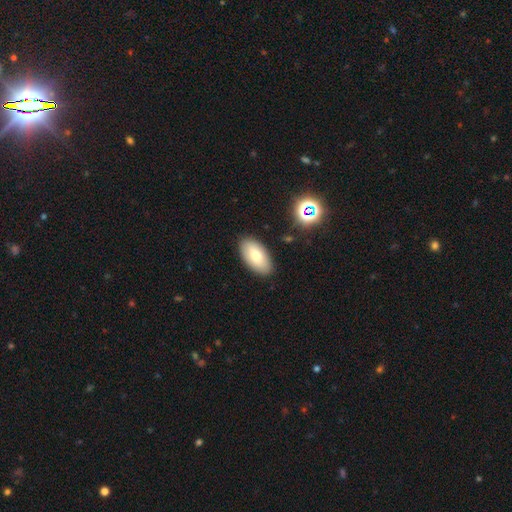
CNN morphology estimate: A smooth galaxy with no disk features (75%) that is in between round and cigar-shaped (95%).

Vote fractions:
- Smooth or featured? smooth: 75% / featured or disk: 17% / star or artifact: 8%
- How rounded? in between: 95% / round: 3% / cigar-shaped: 3%
- Merging? none: 87% / minor disturbance: 9% / major disturbance: 2% / merger: 2%